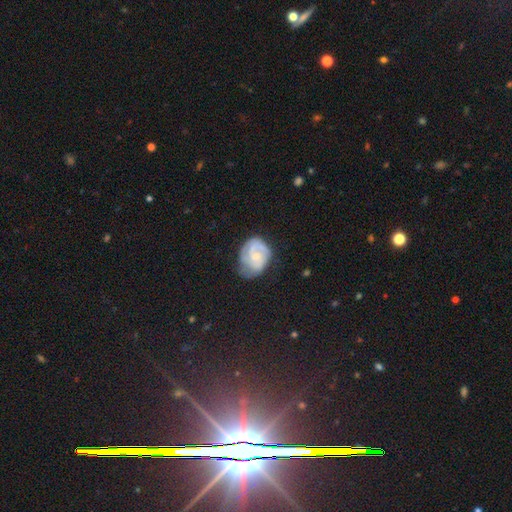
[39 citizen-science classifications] featured or disk 90%, smooth 8%, star or artifact 3%. Down the decision tree: edge-on disk — no (97%); bar — weak (50%); spiral arms — yes (100%); spiral arm count — 2 (44%); spiral winding — tight (53%); bulge size — small (74%); merging — none (39%).